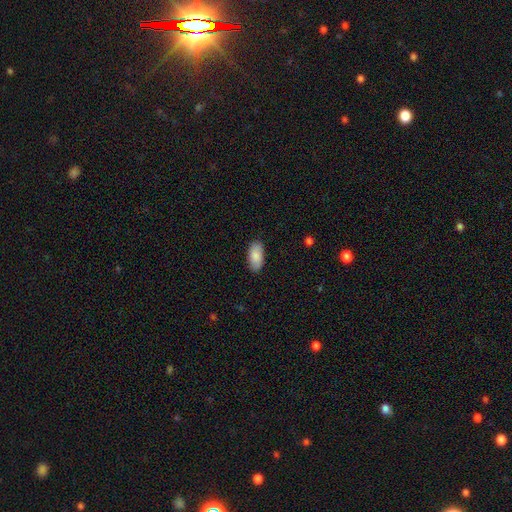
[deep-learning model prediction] Morphology: type=smooth (86%); roundness=in between (94%); merging=none (86%).